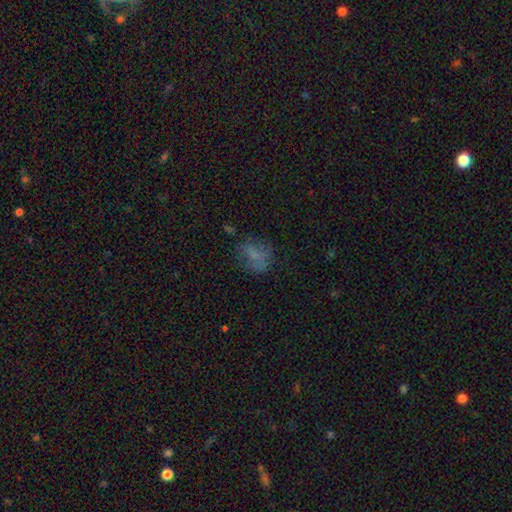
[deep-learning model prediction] smooth 63%, featured or disk 19%, star or artifact 17%. Down the decision tree: how rounded — in between (51%); merging — none (56%).